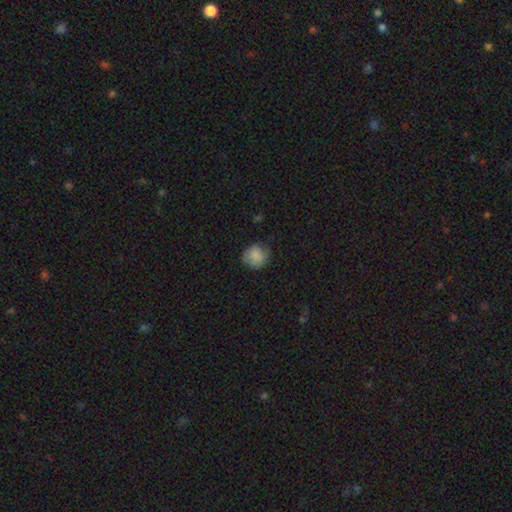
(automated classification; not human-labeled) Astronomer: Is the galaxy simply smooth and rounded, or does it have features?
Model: smooth — 84%.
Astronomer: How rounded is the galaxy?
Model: round — 83%.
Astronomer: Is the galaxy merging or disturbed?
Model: none — 71%.